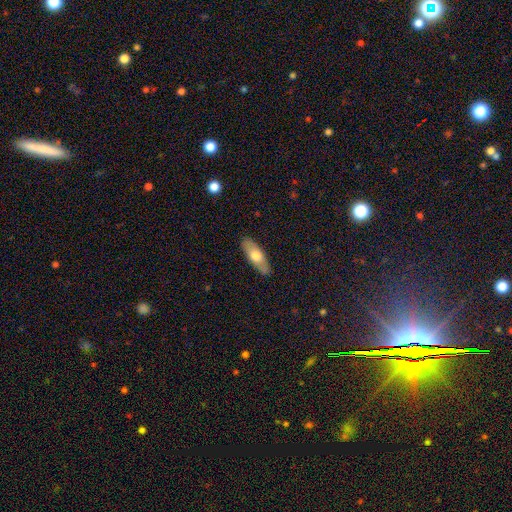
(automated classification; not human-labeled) A smooth galaxy with no disk features (59%) that is in between round and cigar-shaped (61%). Merging: none (87%).